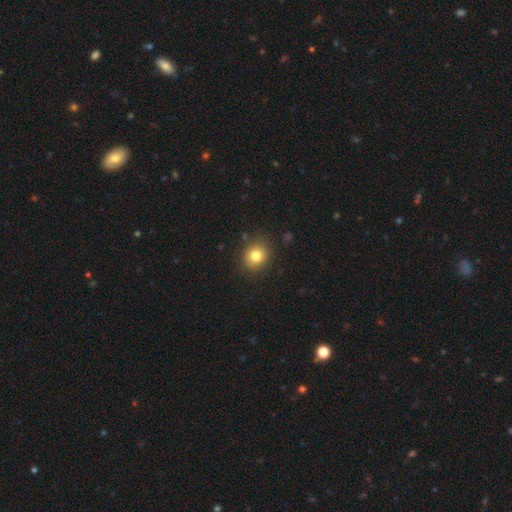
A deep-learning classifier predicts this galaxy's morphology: Smooth or featured: smooth — 80% (star or artifact — 11%)
How rounded: round — 68% (in between — 31%)
Merging: none — 86% (minor disturbance — 10%)